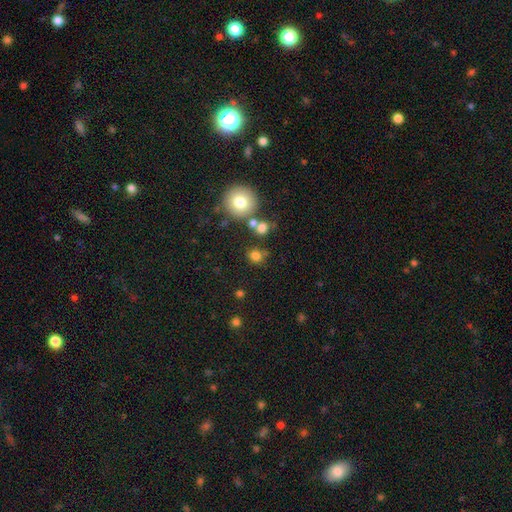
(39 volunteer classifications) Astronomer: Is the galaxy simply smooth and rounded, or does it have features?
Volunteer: smooth — 90%.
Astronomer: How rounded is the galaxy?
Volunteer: round — 77%.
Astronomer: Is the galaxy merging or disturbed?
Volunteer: none — 68%.